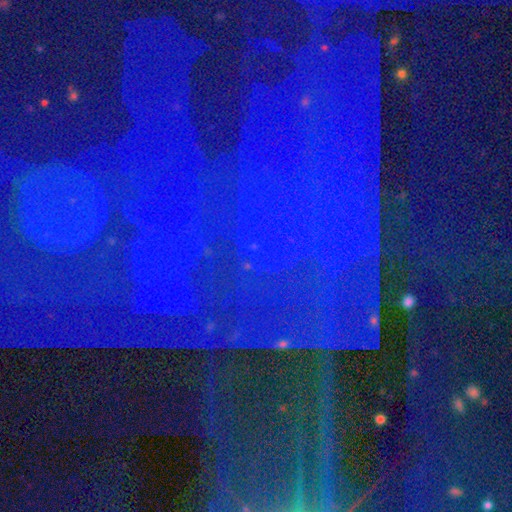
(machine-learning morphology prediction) Smooth or featured? Predicted: star or artifact (p=0.85).